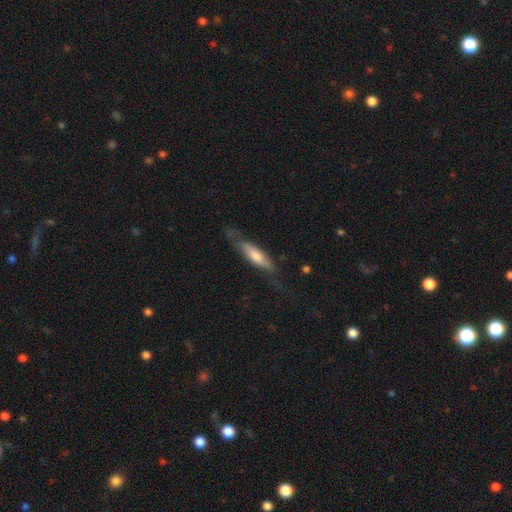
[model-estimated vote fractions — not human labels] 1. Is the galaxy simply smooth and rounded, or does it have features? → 50% smooth, 43% featured or disk, 7% star or artifact.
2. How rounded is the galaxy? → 69% cigar-shaped, 29% in between, 2% round.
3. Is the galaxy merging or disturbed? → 58% none, 25% minor disturbance, 15% major disturbance, 2% merger.